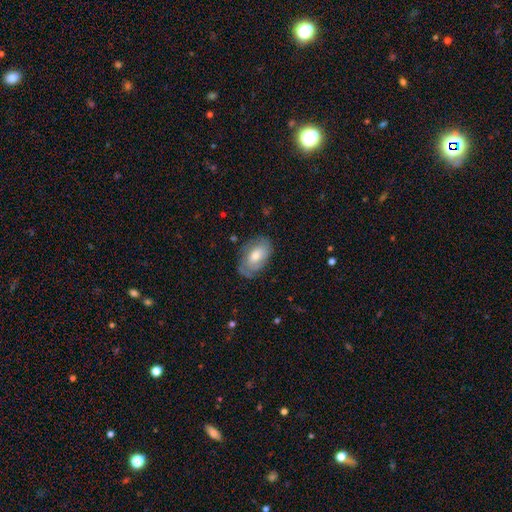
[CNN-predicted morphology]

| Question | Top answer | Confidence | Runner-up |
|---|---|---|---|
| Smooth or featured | featured or disk | 47% | smooth (46%) |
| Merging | none | 74% | minor disturbance (19%) |